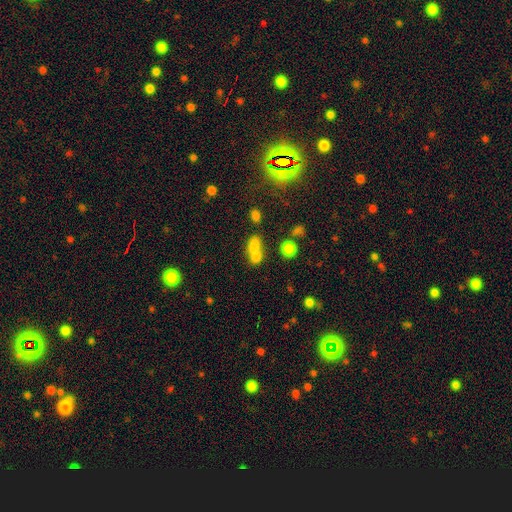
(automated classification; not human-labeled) smooth 73%, star or artifact 15%, featured or disk 12%. Down the decision tree: how rounded — in between (55%); merging — merger (60%).